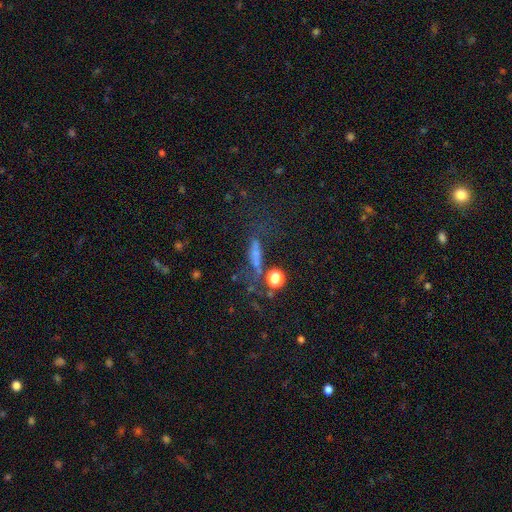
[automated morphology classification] smooth-or-featured: smooth: 50% | star or artifact: 30% | featured or disk: 20%
  merging: none: 48% | major disturbance: 21% | minor disturbance: 18% | merger: 13%